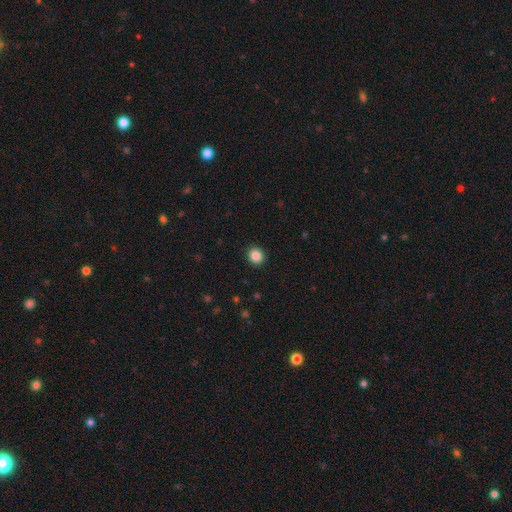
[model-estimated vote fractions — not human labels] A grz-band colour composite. It shows a smooth galaxy with no disk features (86%) that is round (84%). Merging: none (92%).